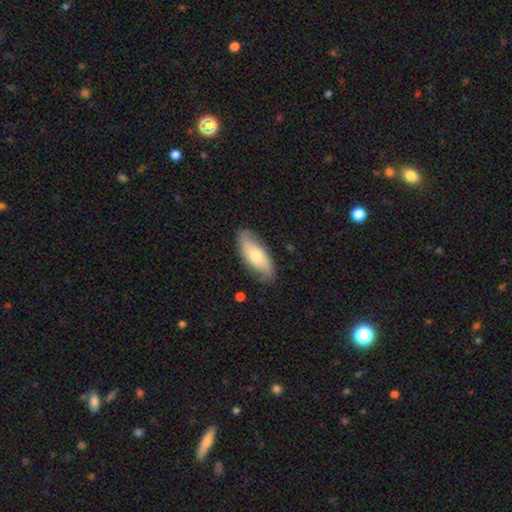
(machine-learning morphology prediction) This is possibly a smooth galaxy (56%). How rounded: likely in between (80%). Merging: likely none (79%).